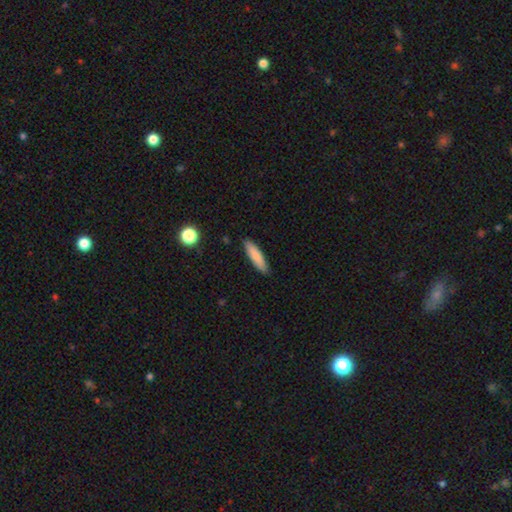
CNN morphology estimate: A smooth galaxy with no disk features (84%) that is cigar-shaped (74%).

Vote fractions:
- Smooth or featured? smooth: 84% / featured or disk: 10% / star or artifact: 6%
- How rounded? cigar-shaped: 74% / in between: 25% / round: 1%
- Merging? none: 88% / minor disturbance: 9% / major disturbance: 2% / merger: 1%